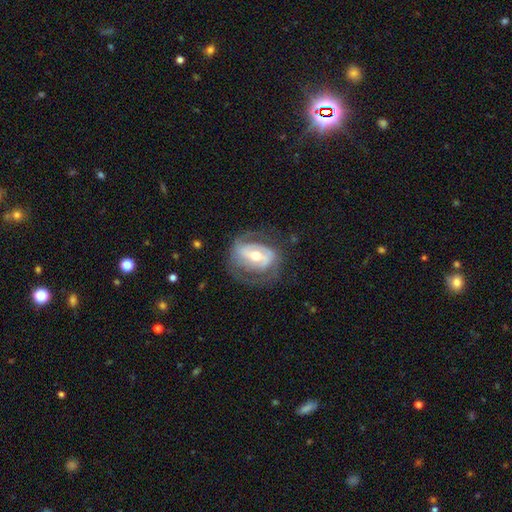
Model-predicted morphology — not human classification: smooth-or-featured: featured or disk: 84% | smooth: 11% | star or artifact: 5%
  disk-edge-on: no: 96% | yes: 4%
    bar: strong: 45% | weak: 37% | no: 18%
    has-spiral-arms: yes: 91% | no: 9%
      spiral-winding: medium: 43% | tight: 40% | loose: 17%
      spiral-arm-count: 2: 74% | can't tell: 12% | 3: 6% | 1: 5% | 4: 2% | more than 4: 1%
    bulge-size: moderate: 65% | small: 27% | large: 6% | none: 1% | dominant: 1%
  merging: none: 67% | minor disturbance: 18% | major disturbance: 13% | merger: 1%